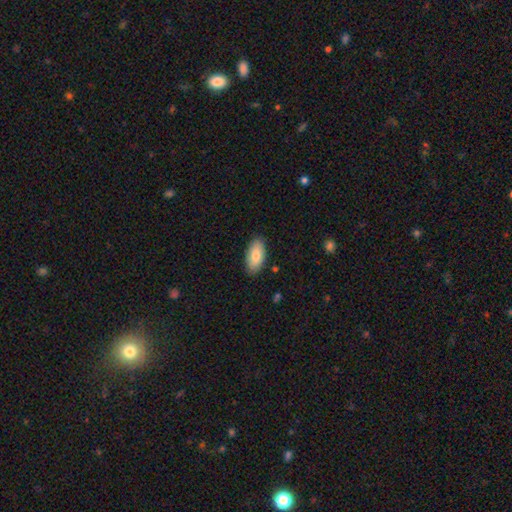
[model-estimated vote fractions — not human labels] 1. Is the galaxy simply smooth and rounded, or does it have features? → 80% smooth, 14% featured or disk, 6% star or artifact.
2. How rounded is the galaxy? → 93% in between, 5% cigar-shaped, 2% round.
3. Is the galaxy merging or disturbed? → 87% none, 10% minor disturbance, 2% major disturbance, 1% merger.